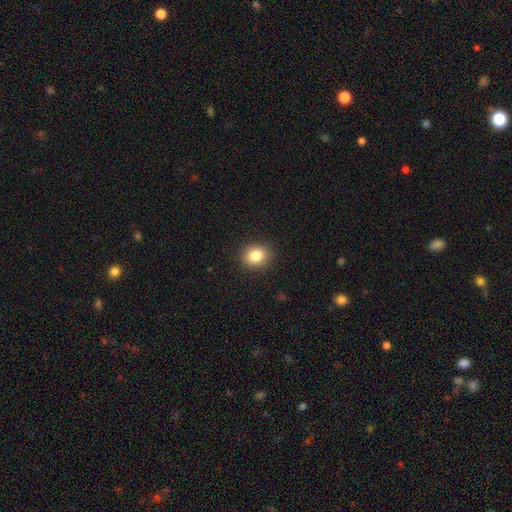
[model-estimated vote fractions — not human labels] Overall: smooth (84%). How rounded: round (73%). Merging: none (90%).